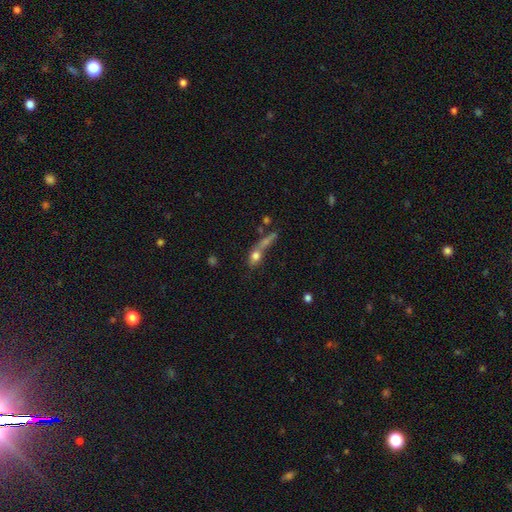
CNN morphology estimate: type=smooth (67%); roundness=in between (46%); merging=merger (39%).